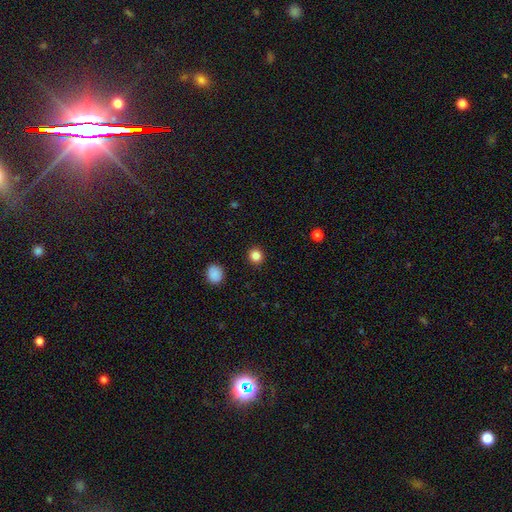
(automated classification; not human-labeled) This is clearly a smooth galaxy (85%). How rounded: clearly round (89%). Merging: clearly none (92%).